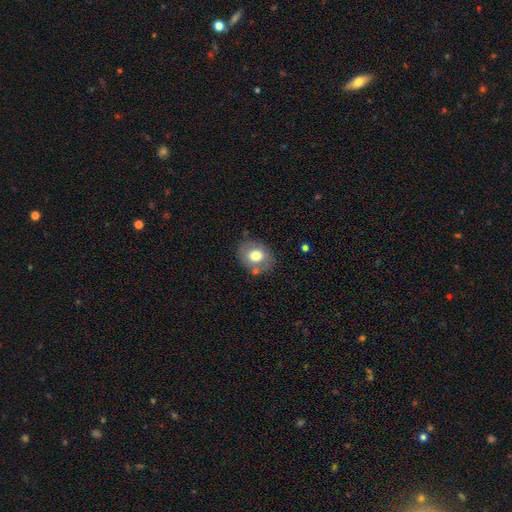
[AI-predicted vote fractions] Q: Smooth or featured?
A: smooth (69%); runner-up: featured or disk (23%)
Q: How rounded?
A: in between (51%); runner-up: round (48%)
Q: Merging?
A: none (74%); runner-up: minor disturbance (15%)